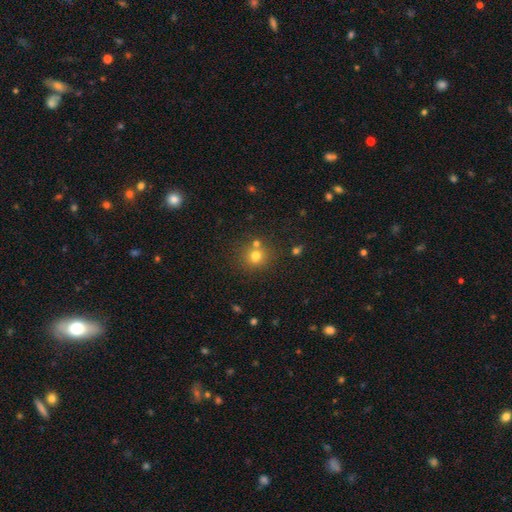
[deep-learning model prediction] The model was most divided on "merging": none: 66%, merger: 21%, minor disturbance: 10%, major disturbance: 3%. More confident: how rounded — round (84%); smooth or featured — smooth (73%).